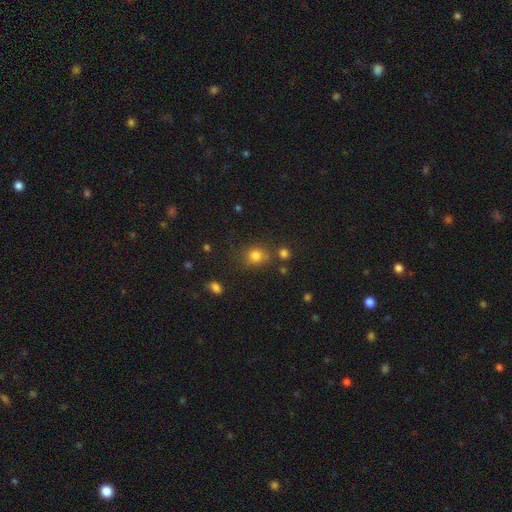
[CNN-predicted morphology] Smooth or featured? smooth (80%)
How rounded? round (77%)
Merging? none (70%)